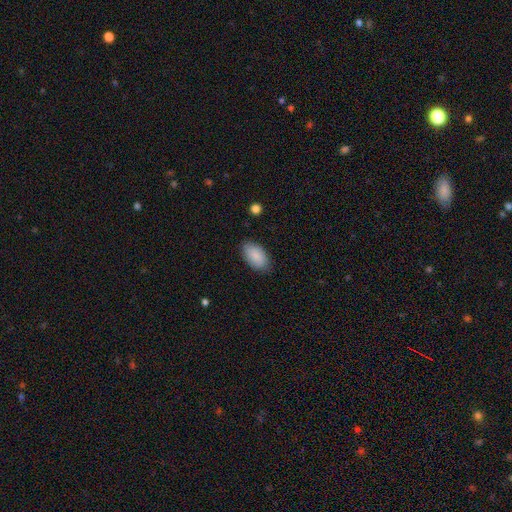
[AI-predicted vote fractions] smooth_or_featured: smooth (p=0.89) [alt: star or artifact p=0.06]
how_rounded: in between (p=0.95) [alt: round p=0.04]
merging: none (p=0.84) [alt: minor disturbance p=0.12]